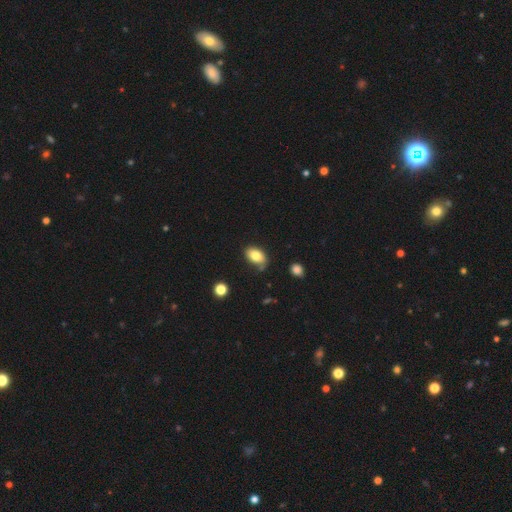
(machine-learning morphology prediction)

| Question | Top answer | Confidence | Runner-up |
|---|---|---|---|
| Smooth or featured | smooth | 80% | featured or disk (12%) |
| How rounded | in between | 90% | round (9%) |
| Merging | none | 63% | minor disturbance (25%) |